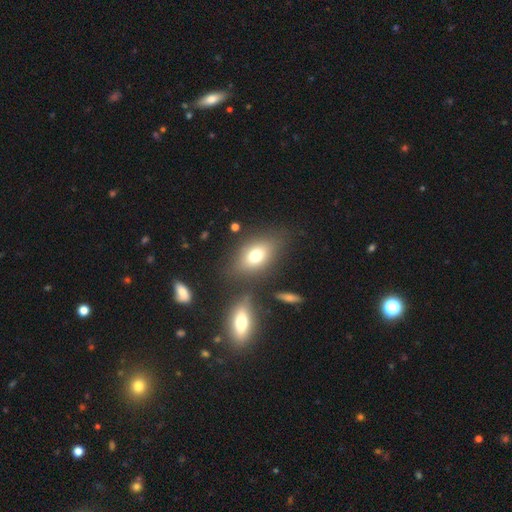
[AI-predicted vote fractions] smooth 73%, featured or disk 16%, star or artifact 11%. Down the decision tree: how rounded — in between (79%); merging — none (74%).